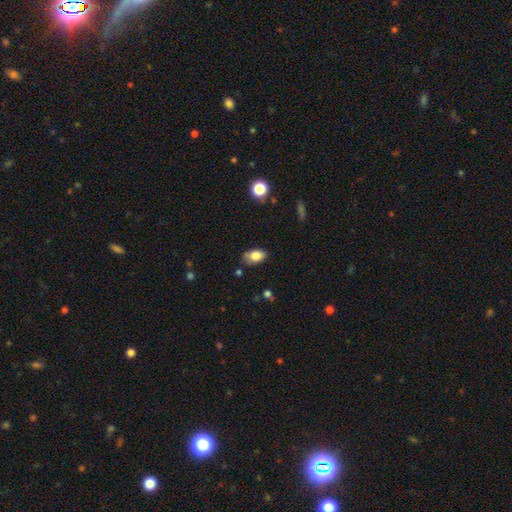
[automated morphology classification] Smooth or featured? smooth (81%)
How rounded? in between (89%)
Merging? none (68%)